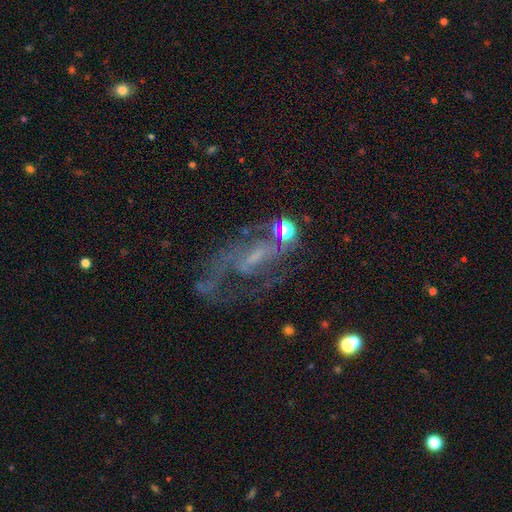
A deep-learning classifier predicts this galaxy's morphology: Overall: featured or disk (68%). Edge-on disk: no (93%). Bar: no (42%; weak 40%). Spiral arms: yes (64%; no 36%). Bulge size: small (45%; none 31%). Merging: none (41%; major disturbance 33%).